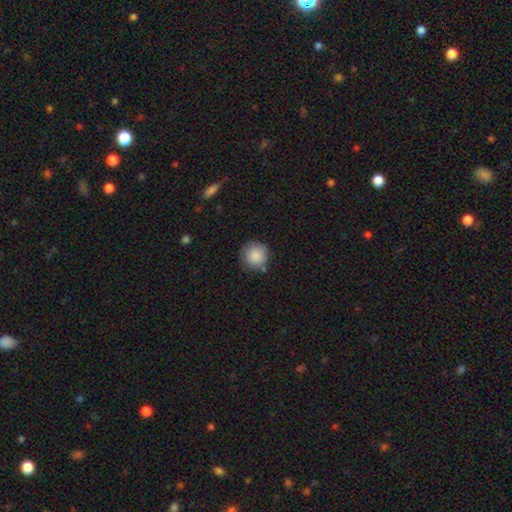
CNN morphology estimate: A smooth galaxy with no disk features (88%) that is round (94%). Merging: none (82%).